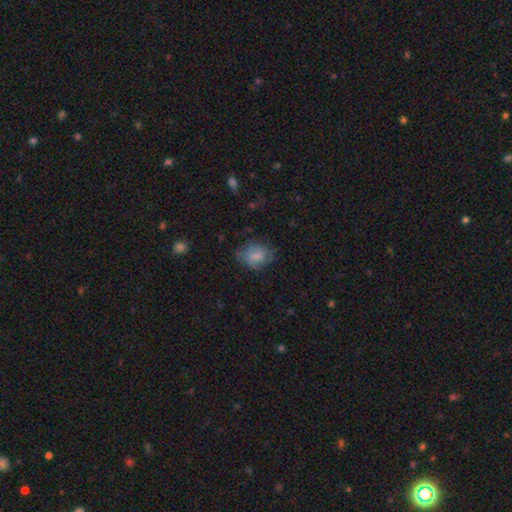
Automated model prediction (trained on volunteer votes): smooth-or-featured: smooth: 66% | featured or disk: 25% | star or artifact: 9%
  how-rounded: in between: 58% | round: 41% | cigar-shaped: 1%
  merging: none: 58% | minor disturbance: 27% | major disturbance: 14% | merger: 1%